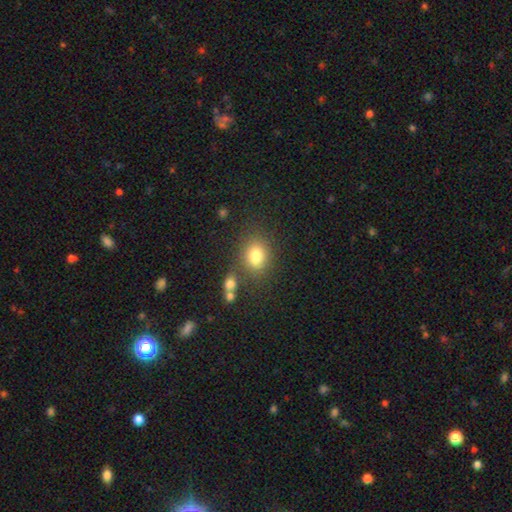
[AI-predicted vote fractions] This appears to be a smooth galaxy with no disk features (80%) that is in between round and cigar-shaped (52%). Merging: none (67%).